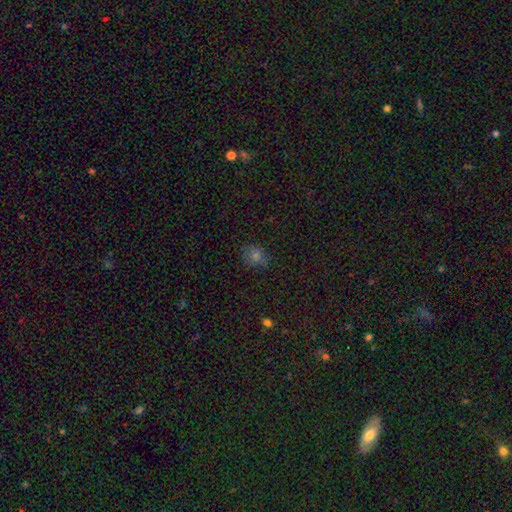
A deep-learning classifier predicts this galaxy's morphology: The model was most divided on "smooth or featured": smooth: 67%, star or artifact: 25%, featured or disk: 9%. More confident: merging — none (78%); how rounded — round (73%).